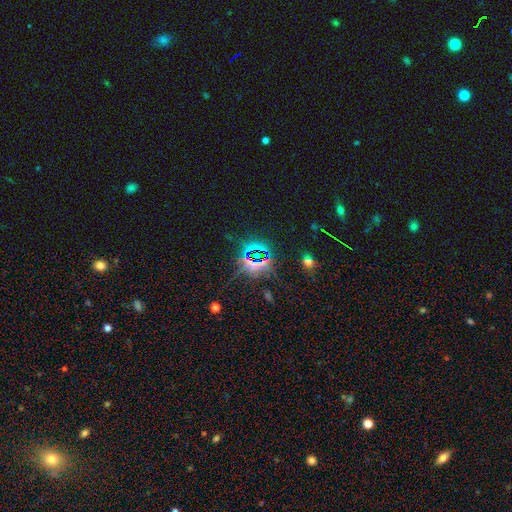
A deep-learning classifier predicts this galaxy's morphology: This is likely a star or artifact rather than a galaxy (78%).